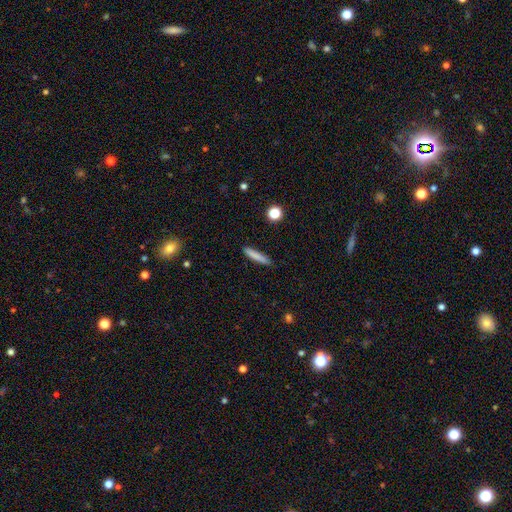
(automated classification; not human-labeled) Q: Smooth or featured?
A: smooth (81%); runner-up: featured or disk (11%)
Q: How rounded?
A: cigar-shaped (91%); runner-up: in between (7%)
Q: Merging?
A: none (87%); runner-up: minor disturbance (10%)